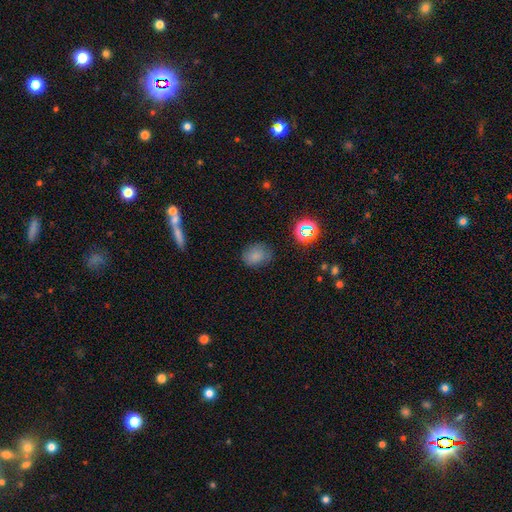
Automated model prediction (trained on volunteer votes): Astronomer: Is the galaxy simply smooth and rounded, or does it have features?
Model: smooth — 77%.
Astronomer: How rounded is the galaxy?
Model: in between — 55% (runner-up: round, 44%).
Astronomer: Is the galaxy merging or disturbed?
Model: none — 72%.